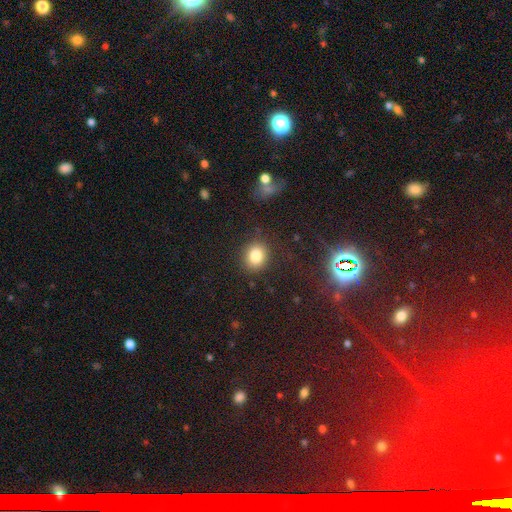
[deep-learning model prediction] smooth-or-featured: smooth: 82% | star or artifact: 11% | featured or disk: 7%
  how-rounded: round: 67% | in between: 32% | cigar-shaped: 1%
  merging: none: 85% | minor disturbance: 9% | major disturbance: 3% | merger: 2%